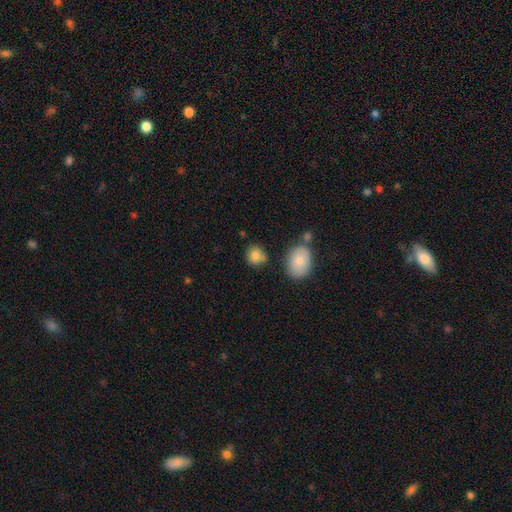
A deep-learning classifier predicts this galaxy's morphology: type=smooth (83%); roundness=round (78%); merging=none (68%).